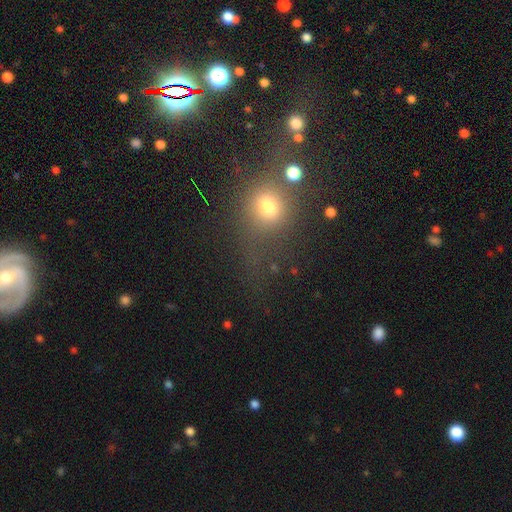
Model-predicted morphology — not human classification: Q: Smooth or featured?
A: smooth (41%); runner-up: star or artifact (37%)
Q: Merging?
A: none (65%); runner-up: minor disturbance (16%)